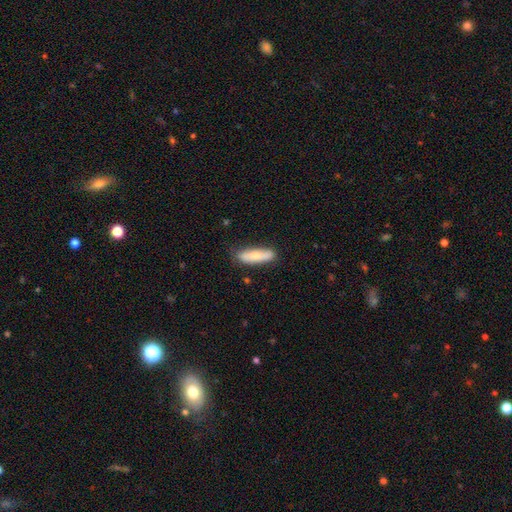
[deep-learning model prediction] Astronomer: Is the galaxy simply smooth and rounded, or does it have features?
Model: smooth — 65%.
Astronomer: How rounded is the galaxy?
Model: cigar-shaped — 58% (runner-up: in between, 40%).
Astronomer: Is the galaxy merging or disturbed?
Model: none — 79%.